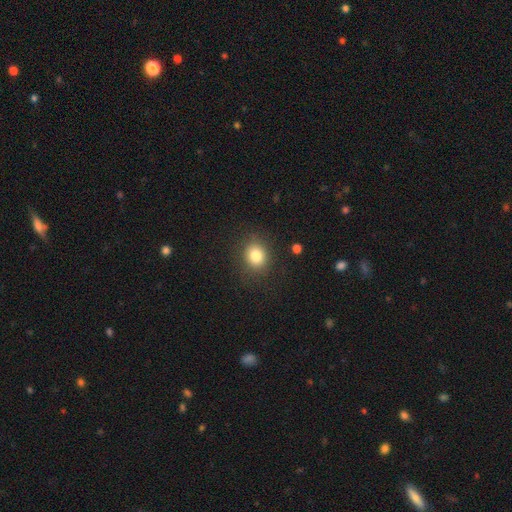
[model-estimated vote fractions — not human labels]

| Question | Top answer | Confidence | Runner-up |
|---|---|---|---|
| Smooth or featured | smooth | 81% | star or artifact (11%) |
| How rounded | round | 67% | in between (32%) |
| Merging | none | 86% | minor disturbance (9%) |